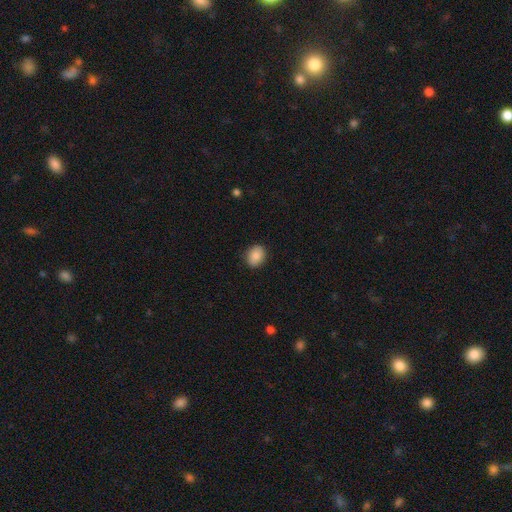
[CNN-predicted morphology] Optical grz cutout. It shows a smooth galaxy with no disk features (87%) that is round (50%). Merging: none (87%).